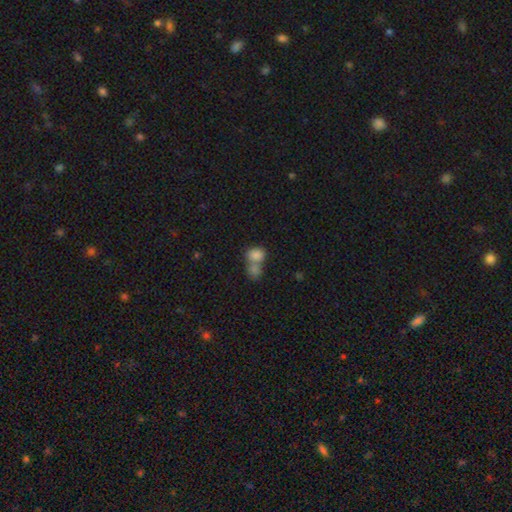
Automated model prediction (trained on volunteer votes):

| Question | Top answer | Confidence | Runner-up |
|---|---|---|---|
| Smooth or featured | smooth | 83% | star or artifact (9%) |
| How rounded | in between | 61% | round (37%) |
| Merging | merger | 64% | none (26%) |